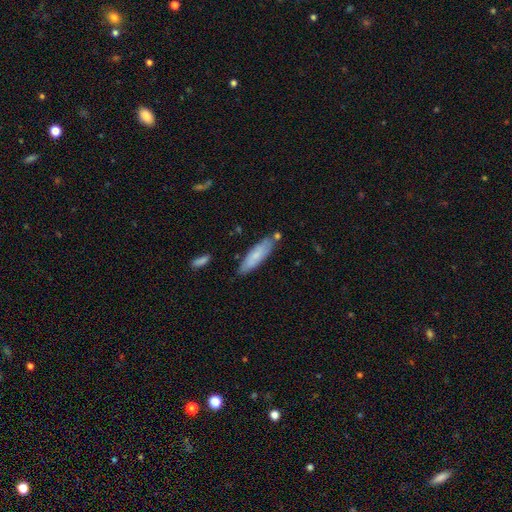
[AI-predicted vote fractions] This is likely a smooth galaxy (71%). How rounded: likely cigar-shaped (64%). Merging: likely none (74%).